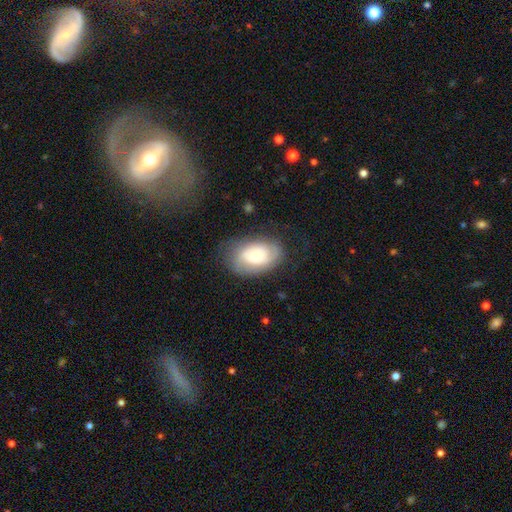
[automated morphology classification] Q: Smooth or featured?
A: smooth (53%); runner-up: featured or disk (40%)
Q: How rounded?
A: in between (86%); runner-up: round (13%)
Q: Merging?
A: none (69%); runner-up: minor disturbance (20%)